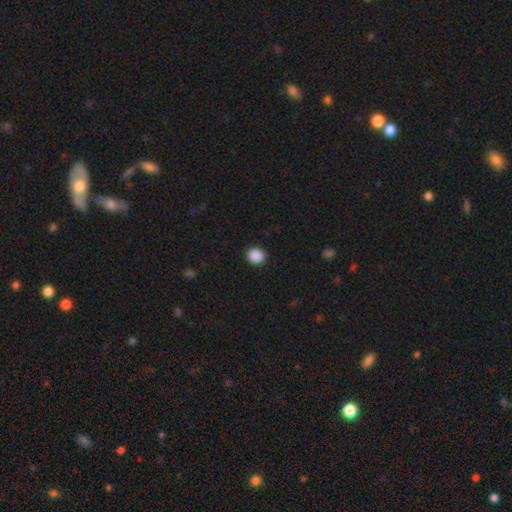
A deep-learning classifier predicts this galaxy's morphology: type=smooth (89%); roundness=round (84%); merging=none (91%).